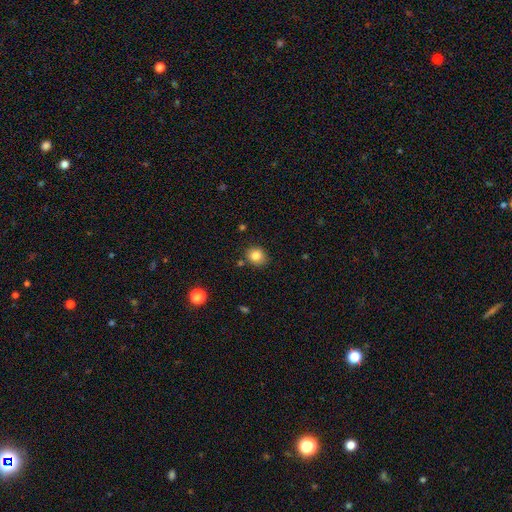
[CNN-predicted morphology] A smooth galaxy with no disk features (83%) that is round (78%). Merging: none (82%).